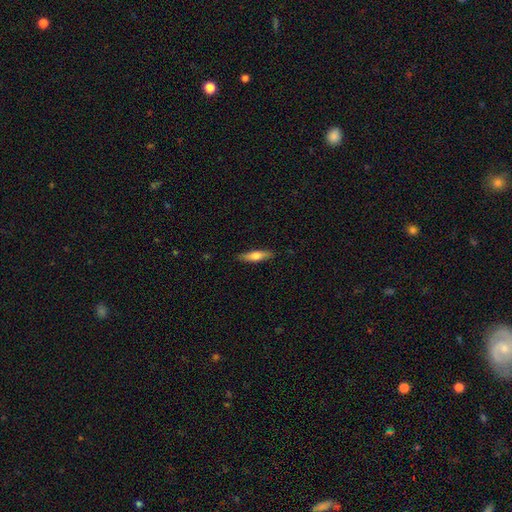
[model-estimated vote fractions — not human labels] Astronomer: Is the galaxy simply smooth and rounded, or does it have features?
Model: smooth — 68%.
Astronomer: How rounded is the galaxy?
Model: cigar-shaped — 69%.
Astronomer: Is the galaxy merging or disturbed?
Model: none — 86%.